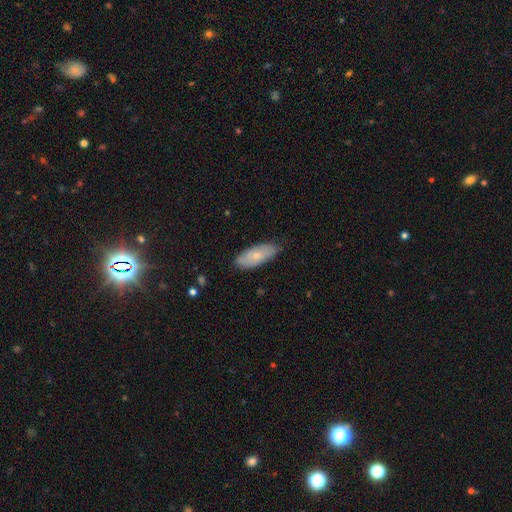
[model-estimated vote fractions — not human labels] This is likely a smooth galaxy (60%). How rounded: likely in between (79%). Merging: likely none (77%).